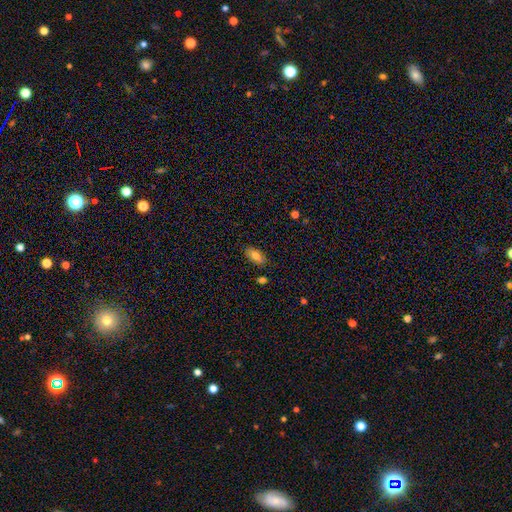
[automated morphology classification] smooth-or-featured: smooth: 79% | featured or disk: 13% | star or artifact: 8%
  how-rounded: in between: 87% | cigar-shaped: 10% | round: 3%
  merging: none: 84% | minor disturbance: 11% | merger: 3% | major disturbance: 2%